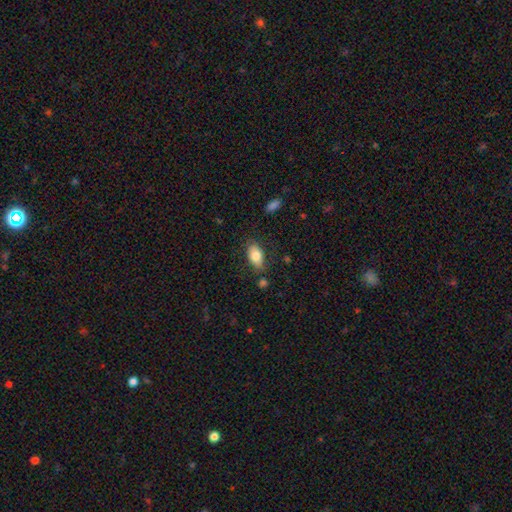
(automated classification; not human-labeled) Smooth or featured? smooth (80%)
How rounded? in between (91%)
Merging? none (78%)